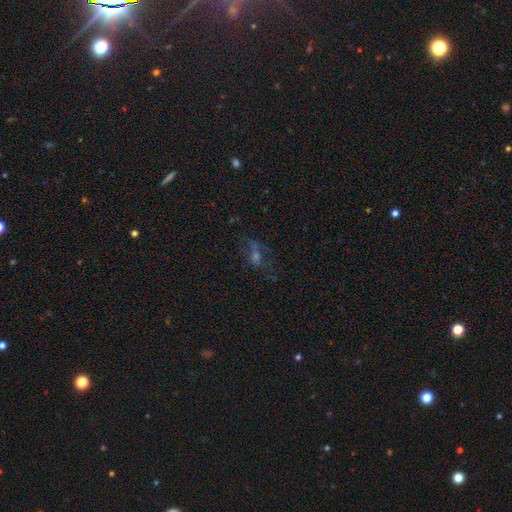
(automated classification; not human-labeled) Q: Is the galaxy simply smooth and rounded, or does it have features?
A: featured or disk — 42%.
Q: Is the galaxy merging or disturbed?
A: none — 54%.